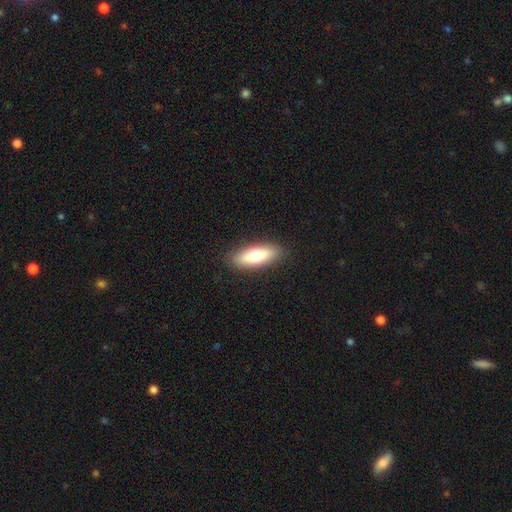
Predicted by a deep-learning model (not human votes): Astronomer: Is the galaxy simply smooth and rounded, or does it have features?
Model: smooth — 72%.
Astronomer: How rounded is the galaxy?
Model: in between — 55% (runner-up: cigar-shaped, 43%).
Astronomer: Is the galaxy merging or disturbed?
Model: none — 89%.